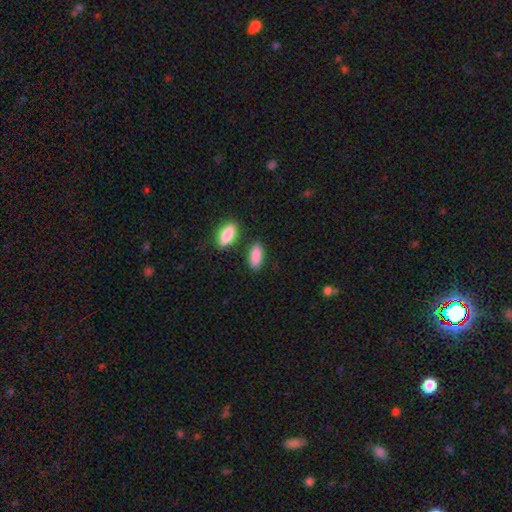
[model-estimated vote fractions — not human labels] smooth 90%, star or artifact 6%, featured or disk 4%. Down the decision tree: how rounded — in between (83%); merging — none (78%).